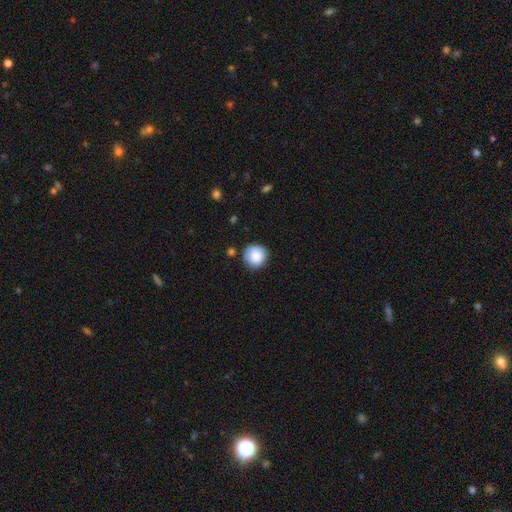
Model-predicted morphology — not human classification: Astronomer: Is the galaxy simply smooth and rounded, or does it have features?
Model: smooth — 86%.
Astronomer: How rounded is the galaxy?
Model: round — 94%.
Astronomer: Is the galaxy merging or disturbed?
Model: none — 83%.